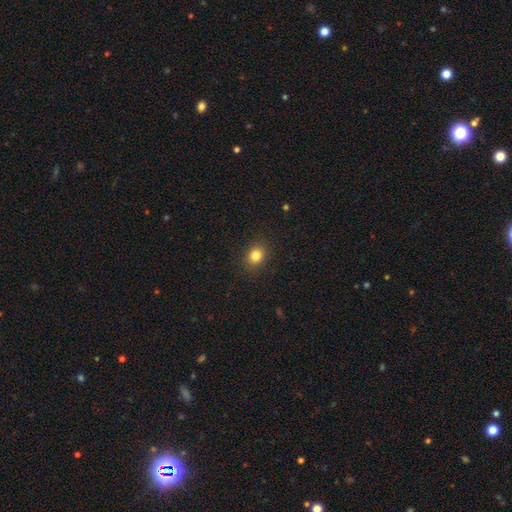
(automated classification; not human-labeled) Smooth or featured: smooth — 83% (star or artifact — 11%)
How rounded: round — 61% (in between — 38%)
Merging: none — 89% (minor disturbance — 7%)